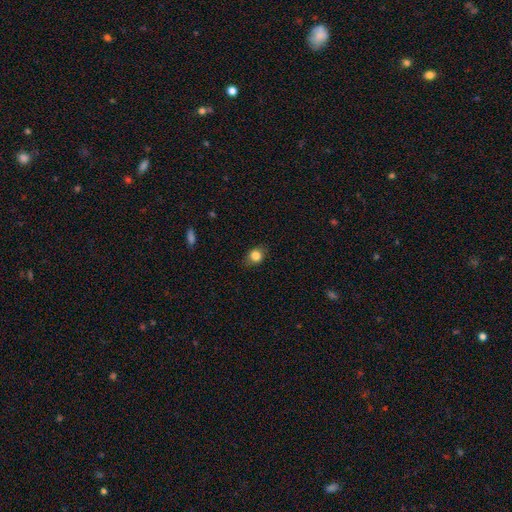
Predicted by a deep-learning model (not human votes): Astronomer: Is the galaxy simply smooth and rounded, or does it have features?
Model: smooth — 82%.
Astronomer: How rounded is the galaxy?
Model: round — 60% (runner-up: in between, 39%).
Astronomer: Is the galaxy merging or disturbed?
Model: none — 82%.